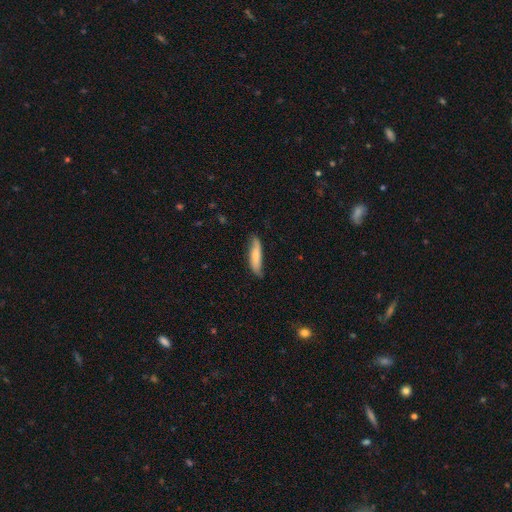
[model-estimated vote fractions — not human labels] smooth-or-featured: smooth: 72% | featured or disk: 23% | star or artifact: 6%
  how-rounded: cigar-shaped: 74% | in between: 25% | round: 2%
  merging: none: 70% | minor disturbance: 24% | major disturbance: 4% | merger: 2%